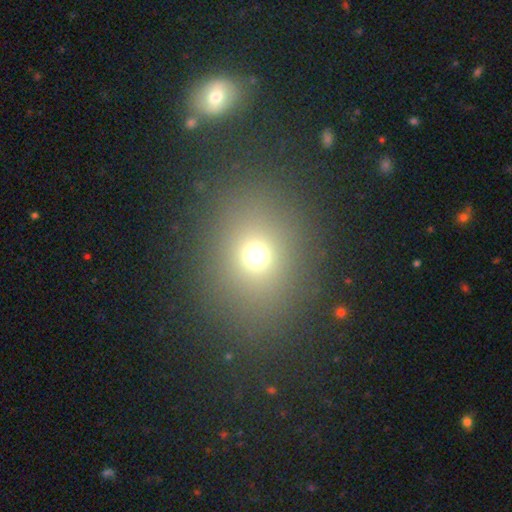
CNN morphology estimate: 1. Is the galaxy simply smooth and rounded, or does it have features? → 68% smooth, 23% star or artifact, 10% featured or disk.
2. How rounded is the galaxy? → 62% round, 37% in between, 2% cigar-shaped.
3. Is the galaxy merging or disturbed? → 82% none, 9% minor disturbance, 6% major disturbance, 3% merger.